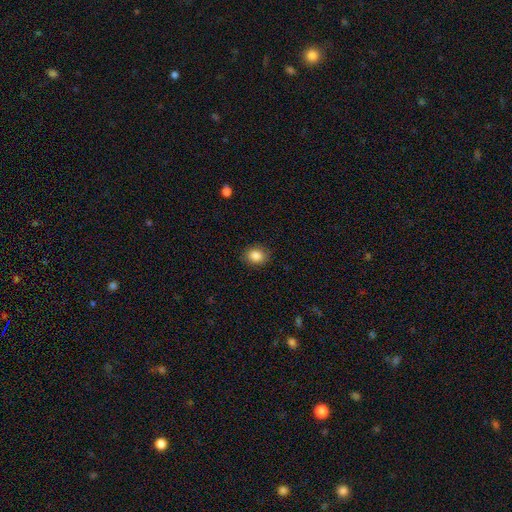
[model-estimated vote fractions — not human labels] Smooth or featured?
  - smooth: 86% *
  - star or artifact: 9%
  - featured or disk: 4%
How rounded?
  - round: 56% *
  - in between: 43%
  - cigar-shaped: 1%
Merging?
  - none: 87% *
  - minor disturbance: 9%
  - major disturbance: 3%
  - merger: 1%